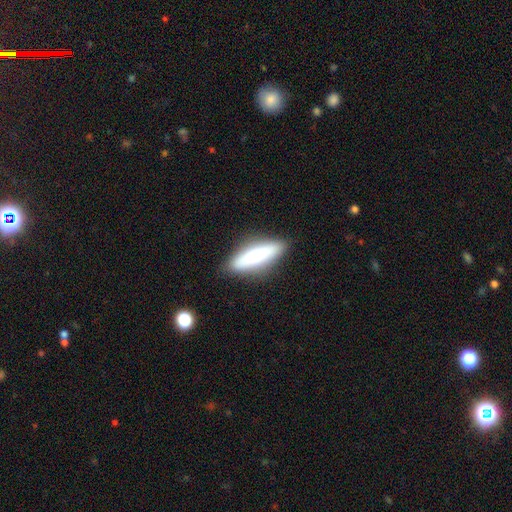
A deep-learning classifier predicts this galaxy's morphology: A smooth galaxy with no disk features (64%) that is cigar-shaped (53%). Merging: none (85%).